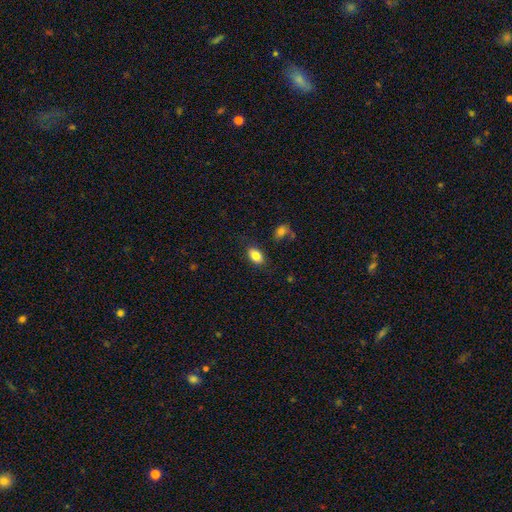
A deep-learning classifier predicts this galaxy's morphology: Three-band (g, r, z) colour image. It shows a smooth galaxy with no disk features (82%) that is in between round and cigar-shaped (88%). Merging: none (82%).